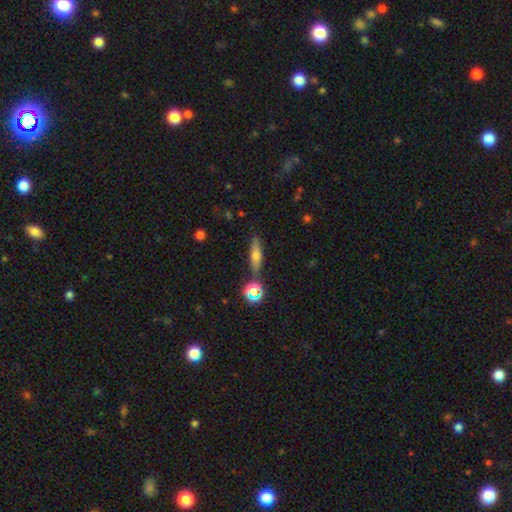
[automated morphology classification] type=smooth (57%); roundness=cigar-shaped (62%); merging=none (78%).